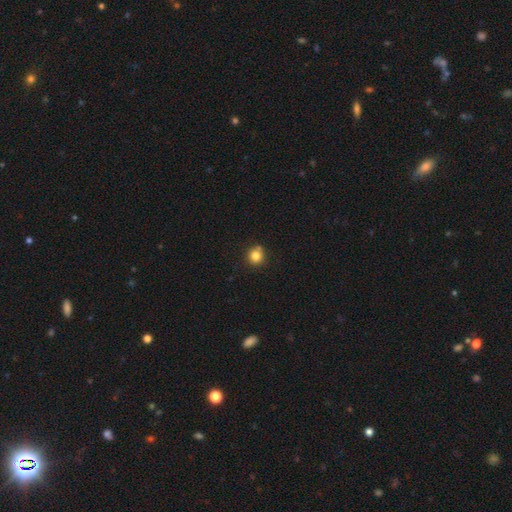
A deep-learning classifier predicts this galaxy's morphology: Smooth or featured? smooth (82%)
How rounded? round (90%)
Merging? none (78%)